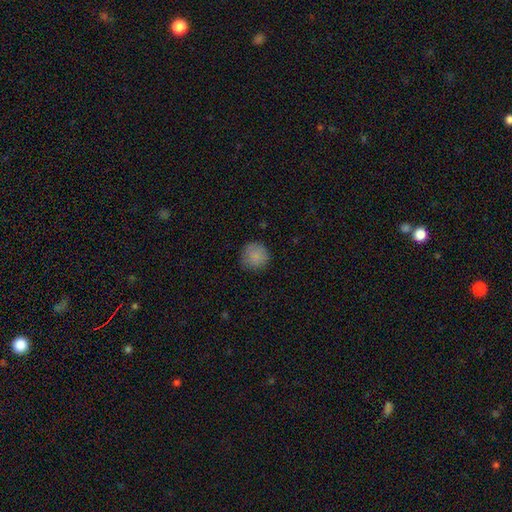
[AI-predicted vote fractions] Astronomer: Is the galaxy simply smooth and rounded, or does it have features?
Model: smooth — 85%.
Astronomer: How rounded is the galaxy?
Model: round — 93%.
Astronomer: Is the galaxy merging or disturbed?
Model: none — 82%.